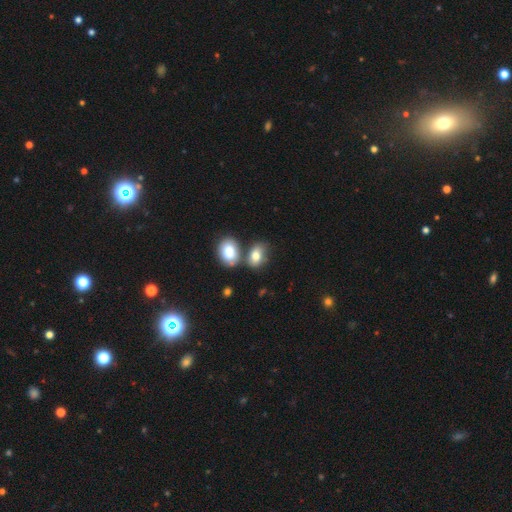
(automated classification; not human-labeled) smooth-or-featured: smooth: 80% | featured or disk: 11% | star or artifact: 9%
  how-rounded: in between: 79% | round: 20% | cigar-shaped: 2%
  merging: none: 45% | merger: 35% | minor disturbance: 15% | major disturbance: 5%